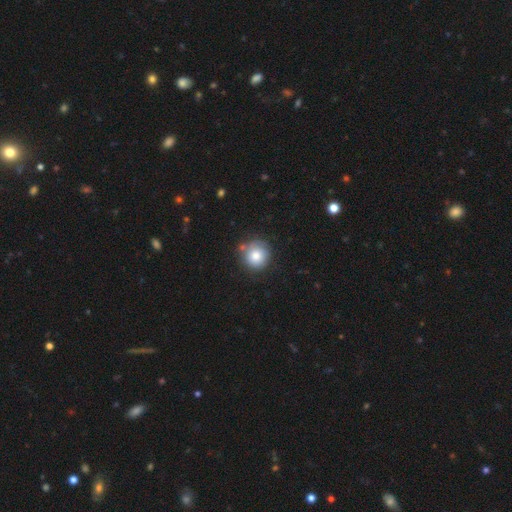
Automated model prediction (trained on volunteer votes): Smooth or featured: smooth — 80% (featured or disk — 11%)
How rounded: round — 94% (in between — 5%)
Merging: none — 76% (minor disturbance — 15%)